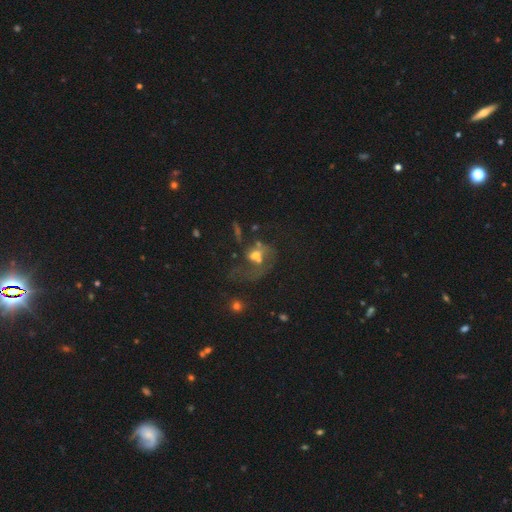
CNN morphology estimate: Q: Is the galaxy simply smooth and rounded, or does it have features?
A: featured or disk — 47%.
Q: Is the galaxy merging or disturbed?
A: merger — 39%.